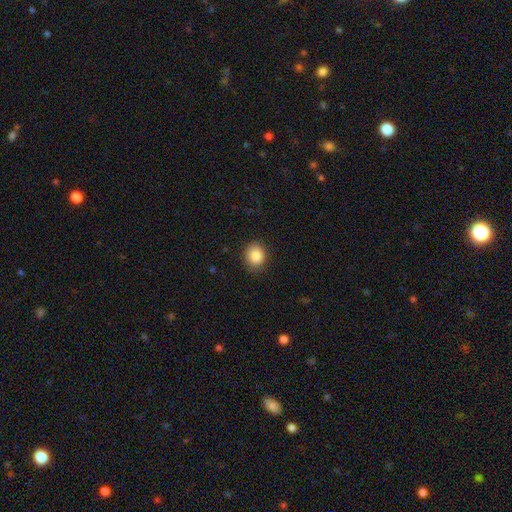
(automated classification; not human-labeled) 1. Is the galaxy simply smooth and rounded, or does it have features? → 87% smooth, 9% star or artifact, 4% featured or disk.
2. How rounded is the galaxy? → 73% round, 27% in between, 1% cigar-shaped.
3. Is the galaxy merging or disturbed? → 85% none, 11% minor disturbance, 3% major disturbance, 1% merger.